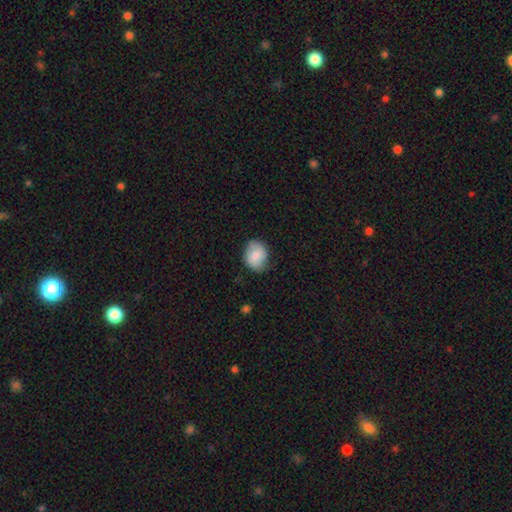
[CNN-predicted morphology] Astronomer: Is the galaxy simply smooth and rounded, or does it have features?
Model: smooth — 75%.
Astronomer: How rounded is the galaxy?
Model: round — 50% (runner-up: in between, 49%).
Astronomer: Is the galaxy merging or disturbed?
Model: none — 74%.